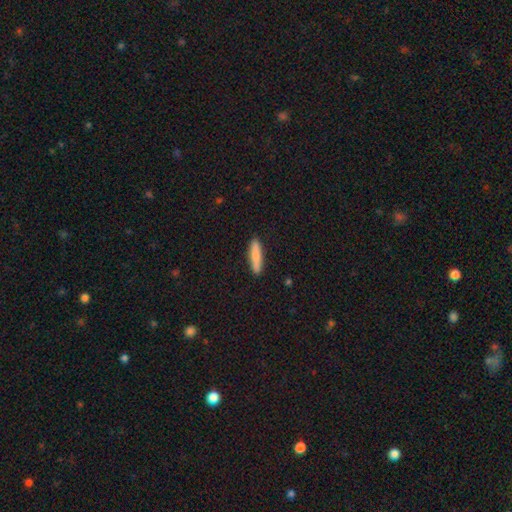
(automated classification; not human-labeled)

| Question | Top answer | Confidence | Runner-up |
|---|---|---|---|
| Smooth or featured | smooth | 83% | featured or disk (12%) |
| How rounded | cigar-shaped | 83% | in between (16%) |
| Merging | none | 90% | minor disturbance (7%) |